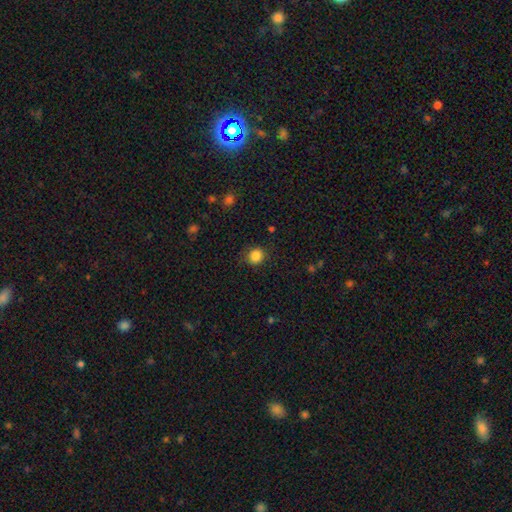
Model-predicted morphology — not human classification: This appears to be a smooth galaxy with no disk features (85%) that is round (79%). Merging: none (82%).